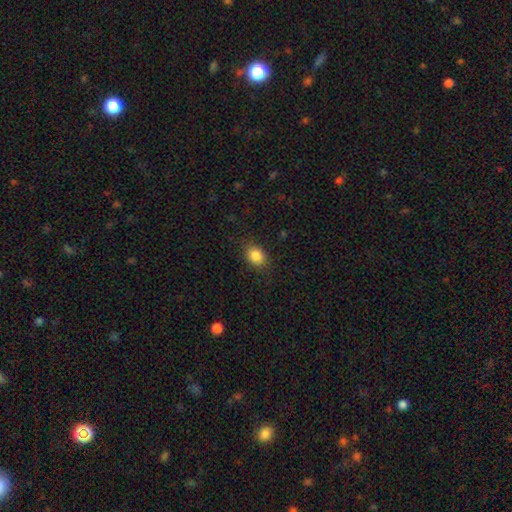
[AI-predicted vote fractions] Q: Smooth or featured?
A: smooth (85%); runner-up: star or artifact (10%)
Q: How rounded?
A: in between (59%); runner-up: round (40%)
Q: Merging?
A: none (82%); runner-up: minor disturbance (13%)